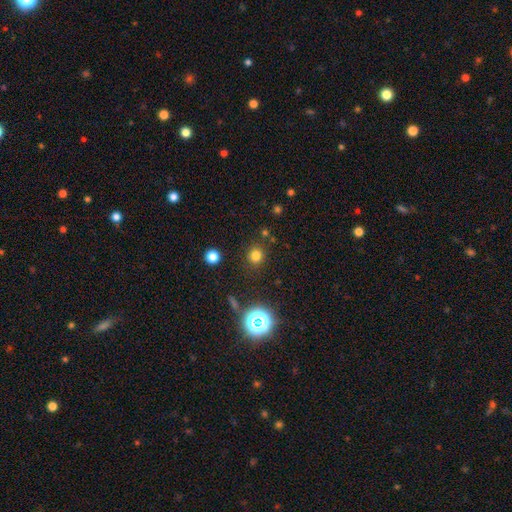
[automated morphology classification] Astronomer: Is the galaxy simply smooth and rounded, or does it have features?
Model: smooth — 75%.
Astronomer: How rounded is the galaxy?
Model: round — 89%.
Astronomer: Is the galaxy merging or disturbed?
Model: none — 86%.